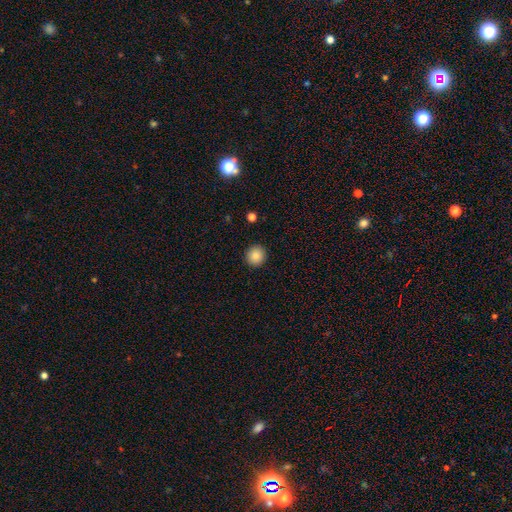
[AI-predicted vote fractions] A smooth galaxy with no disk features (87%) that is round (92%).

Vote fractions:
- Smooth or featured? smooth: 87% / star or artifact: 9% / featured or disk: 4%
- How rounded? round: 92% / in between: 7% / cigar-shaped: 1%
- Merging? none: 92% / minor disturbance: 5% / major disturbance: 2% / merger: 1%